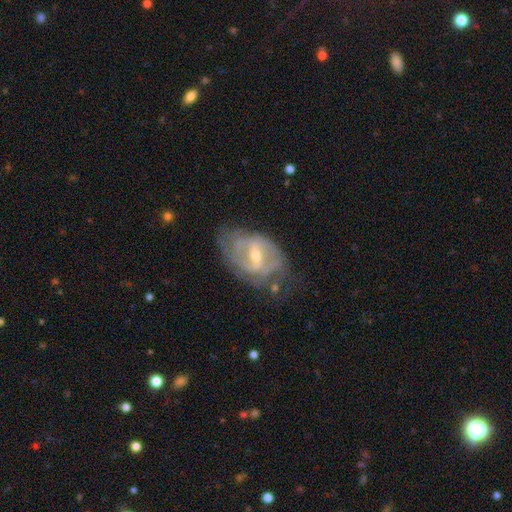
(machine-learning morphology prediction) Smooth or featured? featured or disk (80%)
Edge-on disk? no (95%)
Bar? weak (48%)
Spiral arms? yes (81%)
Spiral winding? tight (42%)
Spiral arm count? 2 (53%)
Bulge size? small (51%)
Merging? none (58%)